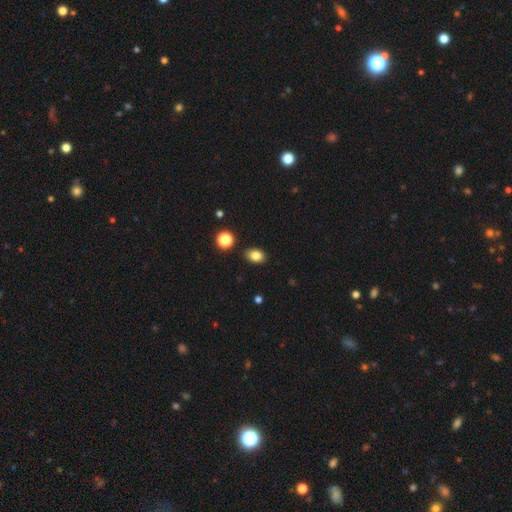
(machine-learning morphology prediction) Smooth or featured? Predicted: smooth (p=0.83). How rounded? Predicted: in between (p=0.75). Merging? Predicted: none (p=0.87).